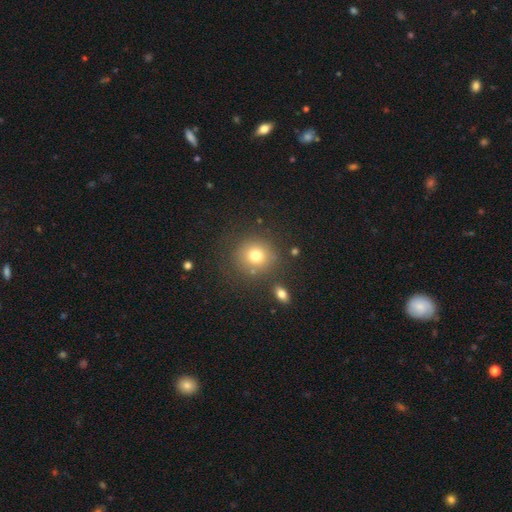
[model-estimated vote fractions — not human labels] The model was most divided on "smooth or featured": smooth: 75%, star or artifact: 14%, featured or disk: 12%. More confident: how rounded — round (87%); merging — none (79%).